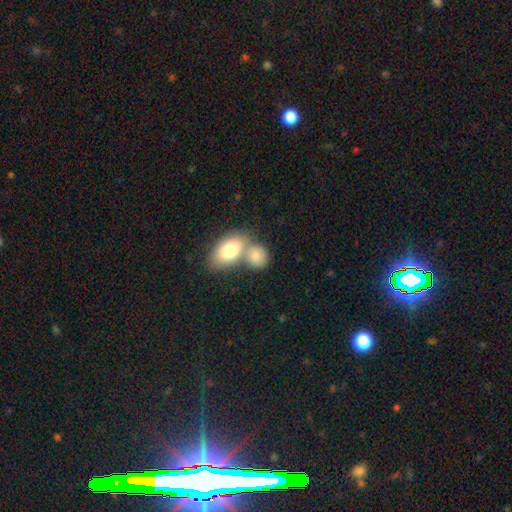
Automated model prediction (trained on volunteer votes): Overall: smooth (80%). How rounded: in between (64%; round 34%). Merging: merger (54%; none 34%).